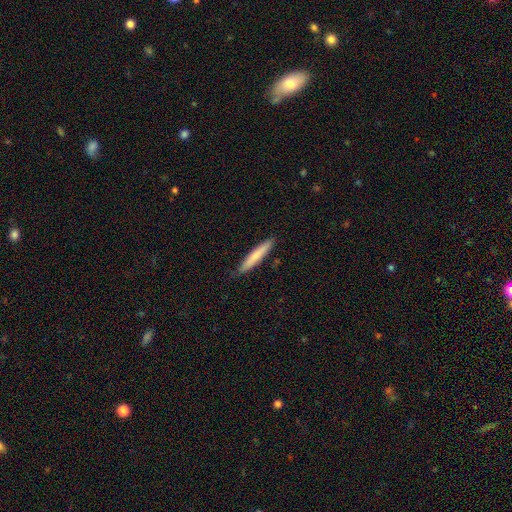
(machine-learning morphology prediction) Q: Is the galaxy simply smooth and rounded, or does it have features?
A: smooth — 75%.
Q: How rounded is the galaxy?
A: cigar-shaped — 93%.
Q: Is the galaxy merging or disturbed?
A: none — 84%.